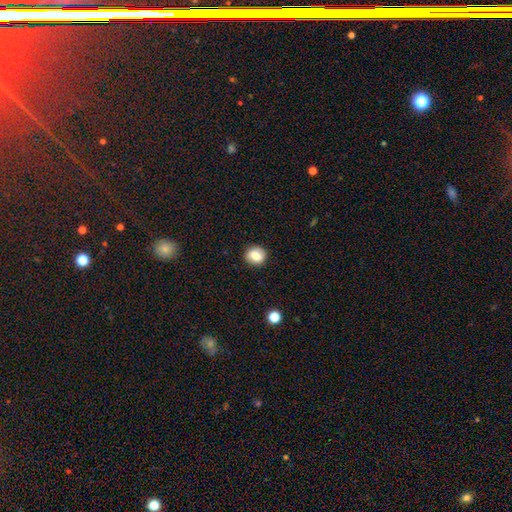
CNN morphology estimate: This is likely a smooth galaxy (76%). How rounded: likely round (74%). Merging: clearly none (88%).